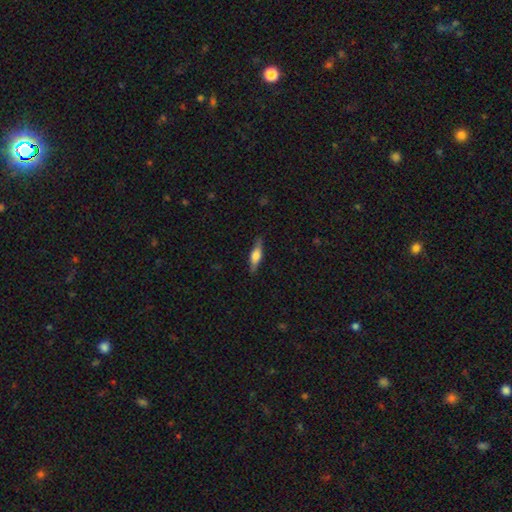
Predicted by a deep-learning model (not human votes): This appears to be a featured or disk galaxy (49%). Merging: none (85%).